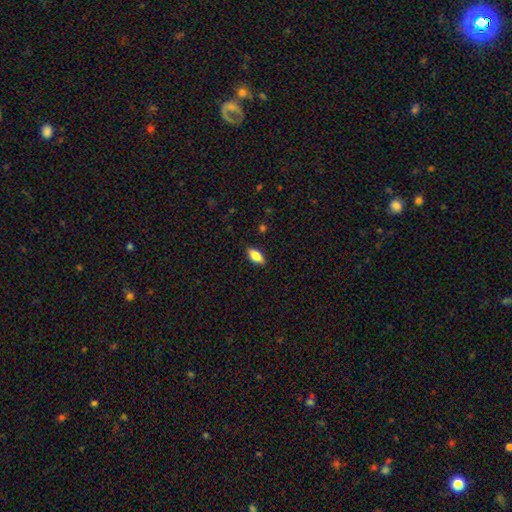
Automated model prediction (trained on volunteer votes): smooth-or-featured: smooth: 76% | featured or disk: 17% | star or artifact: 7%
  how-rounded: in between: 86% | cigar-shaped: 11% | round: 3%
  merging: none: 88% | minor disturbance: 9% | major disturbance: 2% | merger: 1%